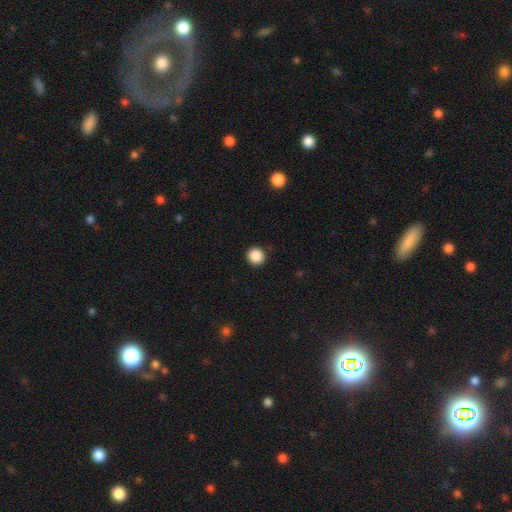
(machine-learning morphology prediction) This appears to be a smooth galaxy with no disk features (88%) that is round (92%). Merging: none (92%).